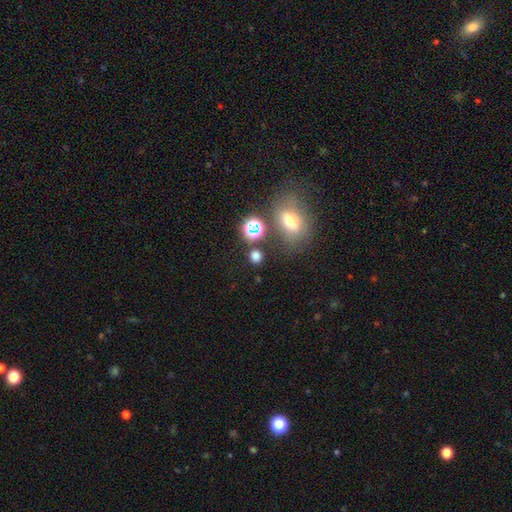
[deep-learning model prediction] Smooth or featured? Predicted: smooth (p=0.69). How rounded? Predicted: round (p=0.77). Merging? Predicted: none (p=0.76).